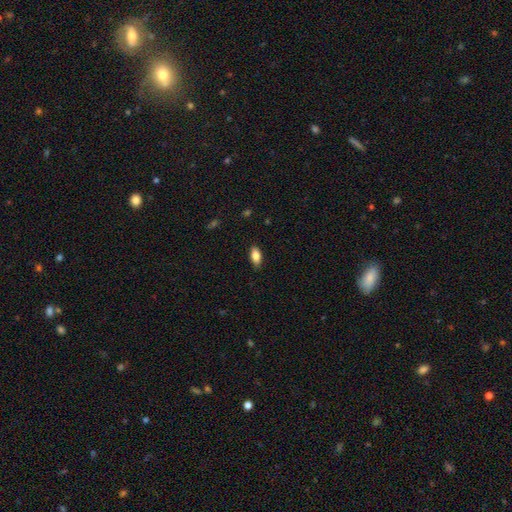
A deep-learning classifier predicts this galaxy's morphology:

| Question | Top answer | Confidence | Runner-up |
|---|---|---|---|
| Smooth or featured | smooth | 82% | featured or disk (11%) |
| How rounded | in between | 87% | cigar-shaped (10%) |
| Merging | none | 88% | minor disturbance (9%) |